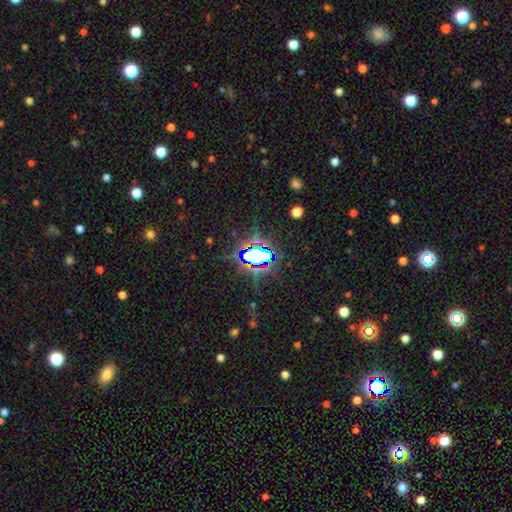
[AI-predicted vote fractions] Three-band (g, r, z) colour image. It shows a star or artifact, not a galaxy (74%).